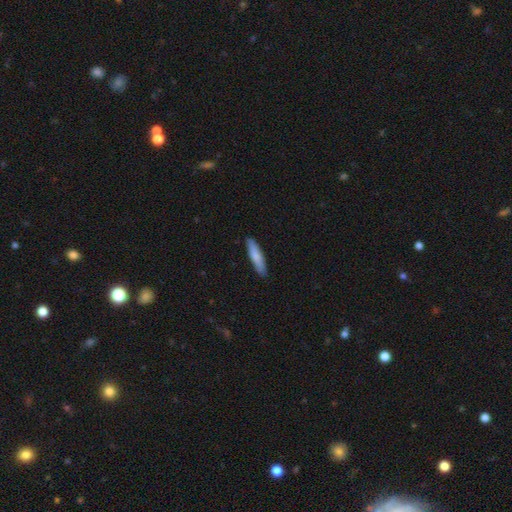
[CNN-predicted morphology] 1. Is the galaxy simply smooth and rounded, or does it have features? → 82% smooth, 13% featured or disk, 5% star or artifact.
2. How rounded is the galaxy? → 80% cigar-shaped, 19% in between, 1% round.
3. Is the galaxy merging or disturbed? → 87% none, 10% minor disturbance, 2% major disturbance, 1% merger.